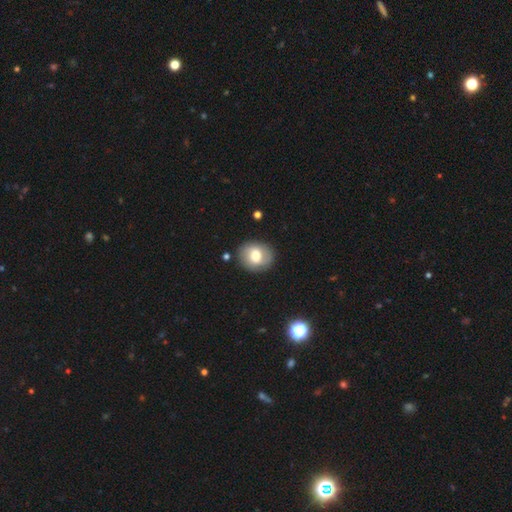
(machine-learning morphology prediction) type=smooth (68%); roundness=round (65%); merging=none (83%).